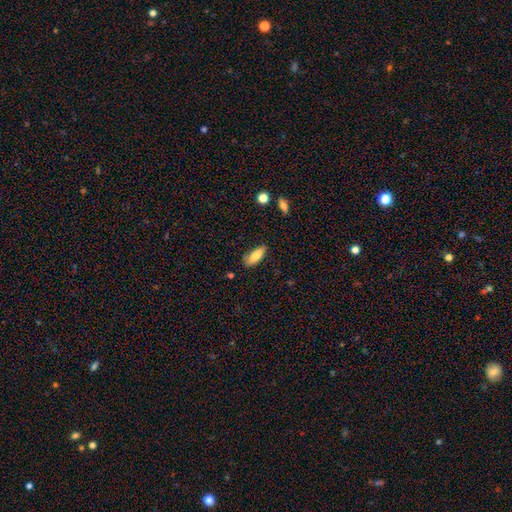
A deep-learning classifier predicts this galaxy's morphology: smooth_or_featured: smooth (p=0.83) [alt: featured or disk p=0.10]
how_rounded: in between (p=0.71) [alt: cigar-shaped p=0.27]
merging: none (p=0.73) [alt: minor disturbance p=0.21]